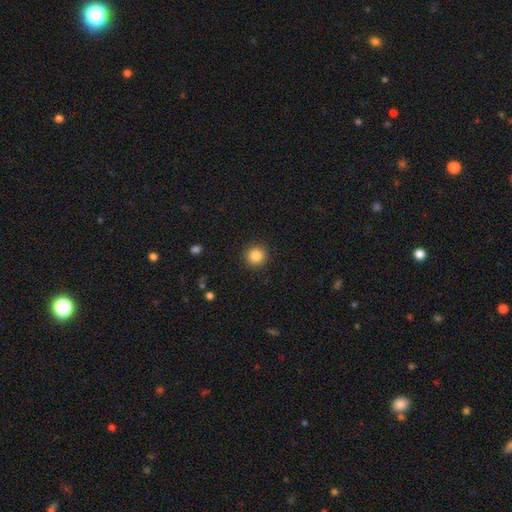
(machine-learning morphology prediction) The model was most divided on "smooth or featured": smooth: 85%, star or artifact: 10%, featured or disk: 5%. More confident: how rounded — round (94%); merging — none (92%).